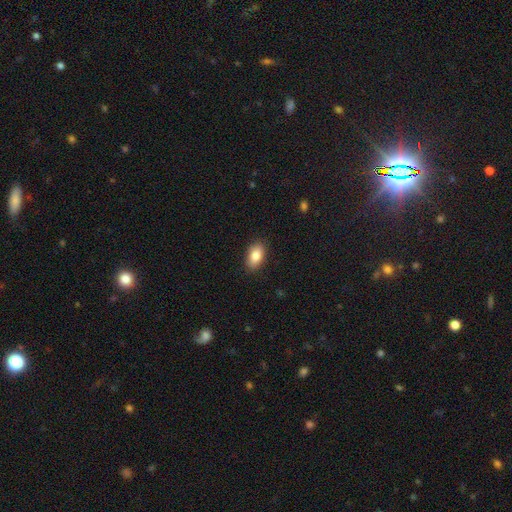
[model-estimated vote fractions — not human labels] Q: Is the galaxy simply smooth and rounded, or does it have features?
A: smooth — 85%.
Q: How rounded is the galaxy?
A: in between — 91%.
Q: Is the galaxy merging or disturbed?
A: none — 88%.